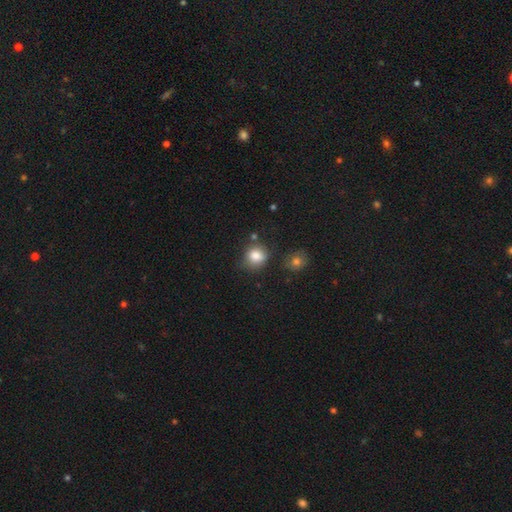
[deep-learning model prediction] Morphology: type=smooth (82%); roundness=round (72%); merging=none (68%).